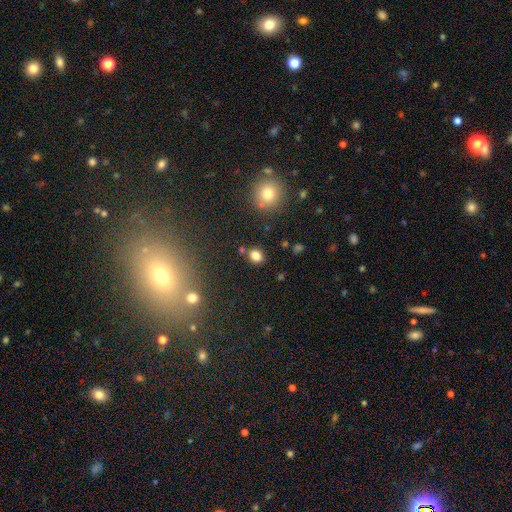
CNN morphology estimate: Q: Smooth or featured?
A: smooth (81%); runner-up: star or artifact (14%)
Q: How rounded?
A: round (58%); runner-up: in between (41%)
Q: Merging?
A: none (82%); runner-up: minor disturbance (10%)